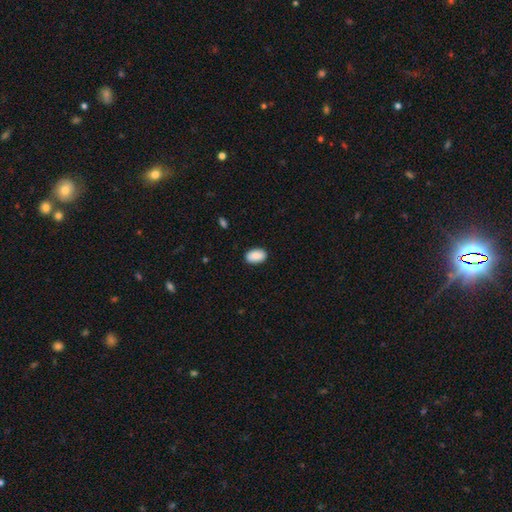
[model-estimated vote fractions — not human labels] Smooth or featured: smooth — 90% (star or artifact — 7%)
How rounded: in between — 91% (round — 8%)
Merging: none — 88% (minor disturbance — 9%)